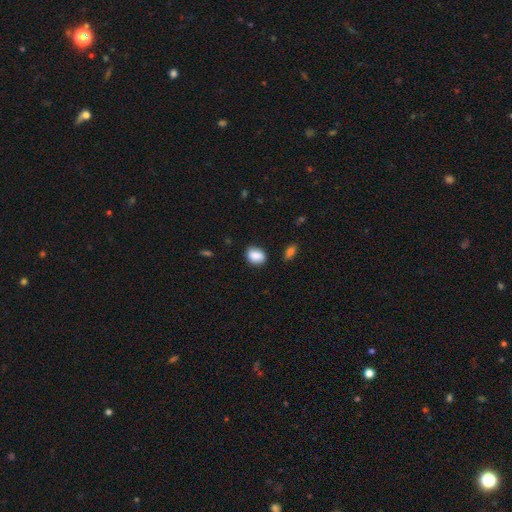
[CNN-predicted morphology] smooth_or_featured: smooth (p=0.85) [alt: star or artifact p=0.08]
how_rounded: in between (p=0.68) [alt: round p=0.30]
merging: none (p=0.77) [alt: minor disturbance p=0.16]